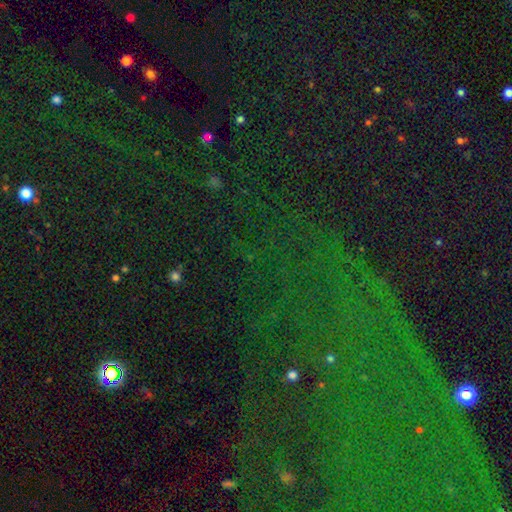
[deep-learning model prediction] A star or artifact, not a galaxy (82%).

Vote fractions:
- Smooth or featured? star or artifact: 82% / smooth: 10% / featured or disk: 8%